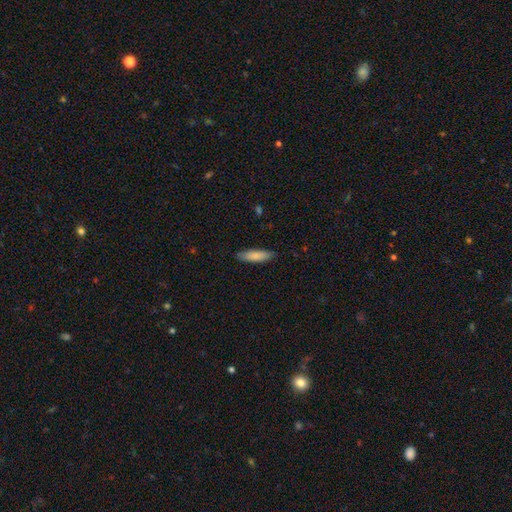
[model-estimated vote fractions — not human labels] Smooth or featured? Predicted: smooth (p=0.85). How rounded? Predicted: cigar-shaped (p=0.65). Merging? Predicted: none (p=0.85).